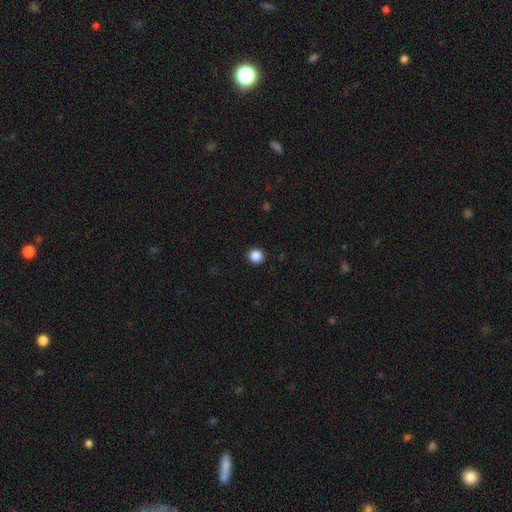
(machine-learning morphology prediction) type=smooth (86%); roundness=round (94%); merging=none (93%).